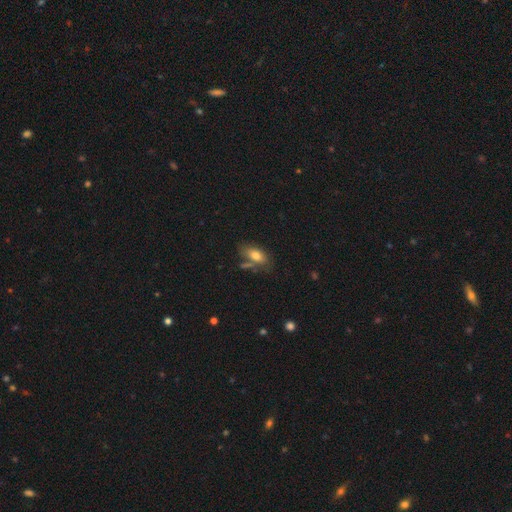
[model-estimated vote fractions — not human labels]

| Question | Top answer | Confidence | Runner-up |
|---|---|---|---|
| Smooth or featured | smooth | 76% | featured or disk (16%) |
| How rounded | in between | 87% | cigar-shaped (7%) |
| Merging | none | 59% | minor disturbance (19%) |